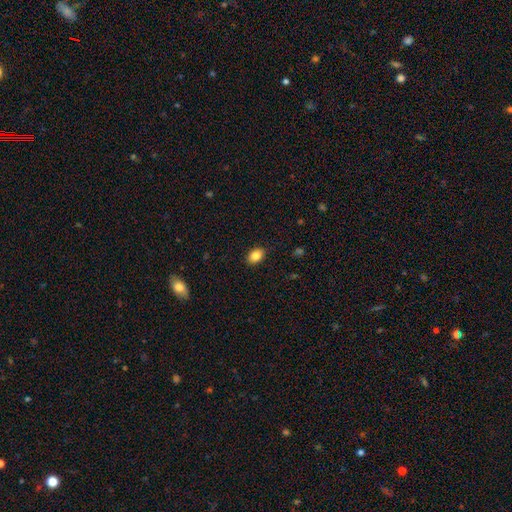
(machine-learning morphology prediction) A smooth galaxy with no disk features (85%) that is in between round and cigar-shaped (78%). Merging: none (89%).